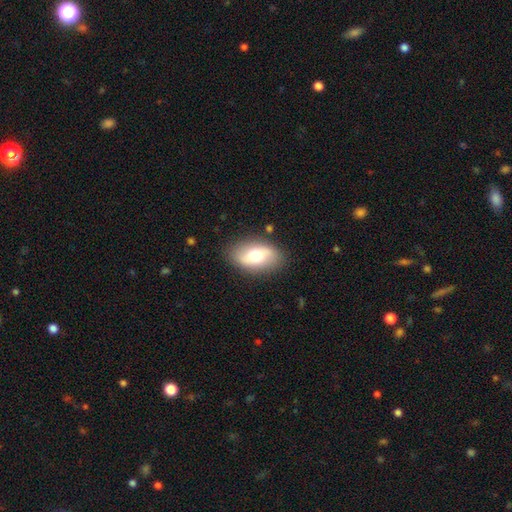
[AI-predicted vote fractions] This appears to be a smooth galaxy with no disk features (59%) that is in between round and cigar-shaped (90%). Merging: none (83%).